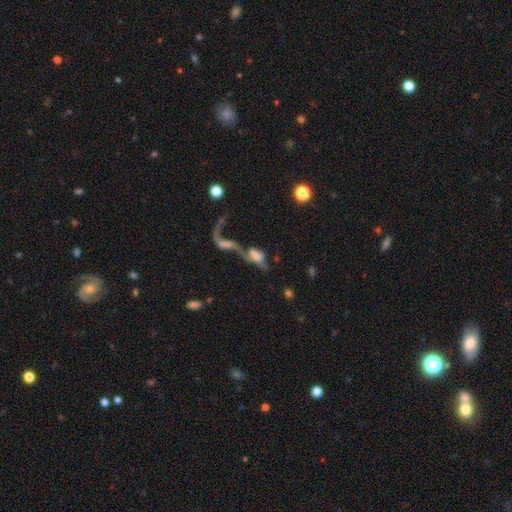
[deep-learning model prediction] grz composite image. It shows a featured or disk galaxy (46%). Merging: merger (68%).